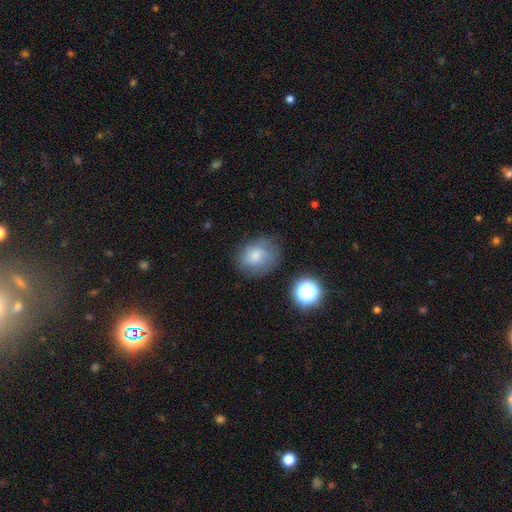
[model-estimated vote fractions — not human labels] The model was most divided on "how rounded": round: 59%, in between: 40%, cigar-shaped: 1%. More confident: smooth or featured — smooth (68%); merging — none (65%).